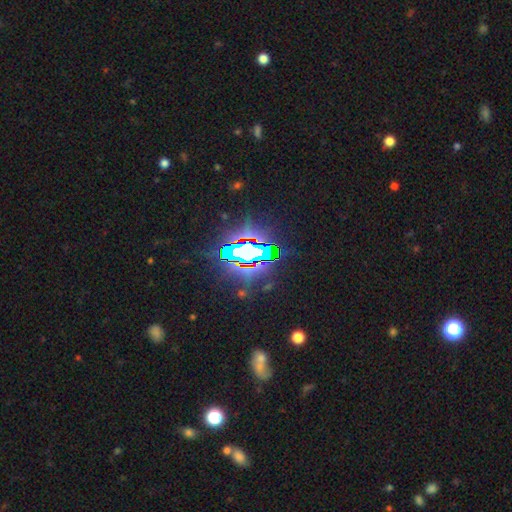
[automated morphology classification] A star or artifact, not a galaxy (84%).

Vote fractions:
- Smooth or featured? star or artifact: 84% / smooth: 8% / featured or disk: 8%